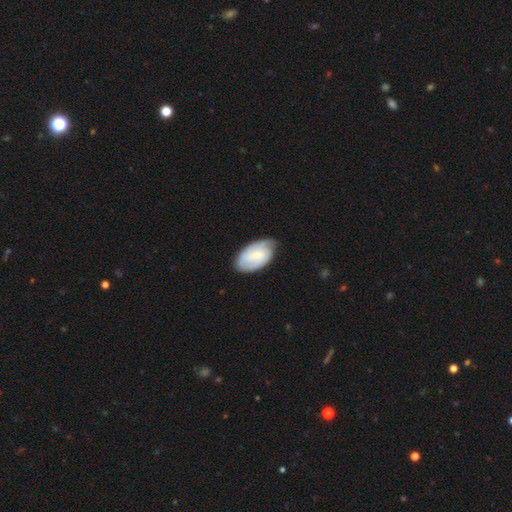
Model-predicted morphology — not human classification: smooth_or_featured: featured or disk (p=0.54) [alt: smooth p=0.40]
disk_edge_on: no (p=0.96) [alt: yes p=0.04]
bar: no (p=0.55) [alt: weak p=0.37]
has_spiral_arms: yes (p=0.86) [alt: no p=0.14]
bulge_size: small (p=0.65) [alt: moderate p=0.27]
merging: none (p=0.70) [alt: minor disturbance p=0.24]